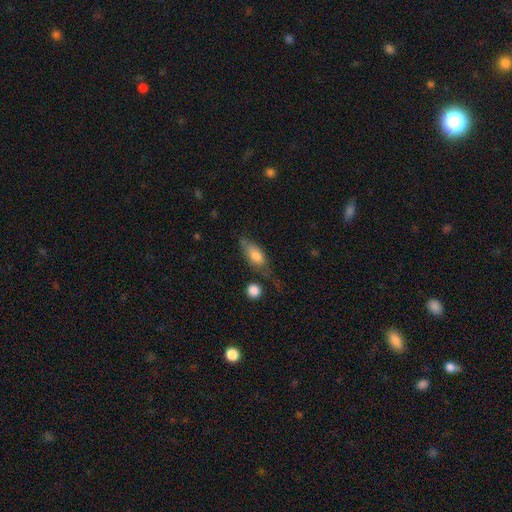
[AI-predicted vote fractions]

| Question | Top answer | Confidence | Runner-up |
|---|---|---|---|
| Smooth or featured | smooth | 71% | featured or disk (22%) |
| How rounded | in between | 77% | cigar-shaped (18%) |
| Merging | none | 39% | minor disturbance (32%) |